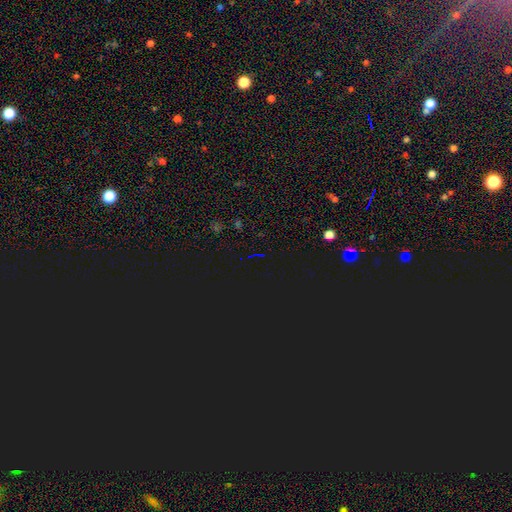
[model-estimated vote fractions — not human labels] Smooth or featured? Predicted: star or artifact (p=0.81).